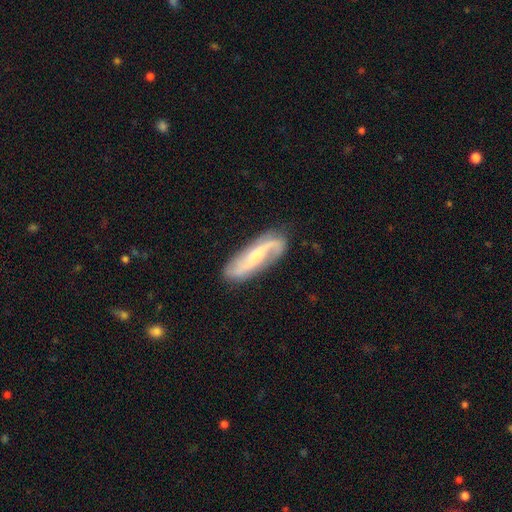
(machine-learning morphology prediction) smooth-or-featured: featured or disk: 78% | smooth: 16% | star or artifact: 6%
  disk-edge-on: no: 89% | yes: 11%
    bar: weak: 38% | no: 37% | strong: 25%
    has-spiral-arms: yes: 95% | no: 5%
      spiral-winding: loose: 56% | medium: 32% | tight: 12%
      spiral-arm-count: 2: 88% | can't tell: 5% | 1: 4% | 3: 2% | 4: 1% | more than 4: 1%
    bulge-size: small: 44% | moderate: 36% | none: 12% | large: 6% | dominant: 2%
  merging: none: 78% | minor disturbance: 15% | major disturbance: 5% | merger: 2%